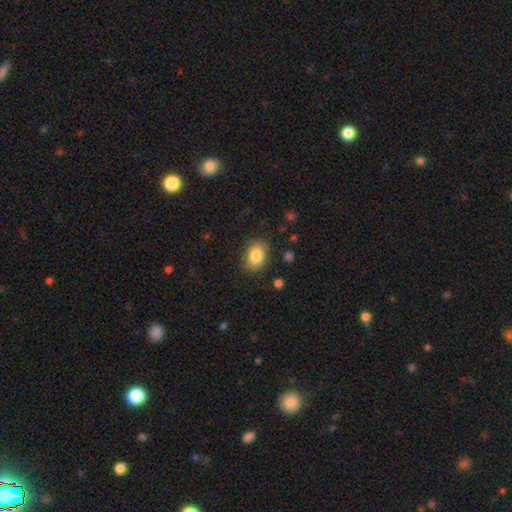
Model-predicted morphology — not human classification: This is clearly a smooth galaxy (85%). How rounded: clearly in between (80%). Merging: clearly none (83%).